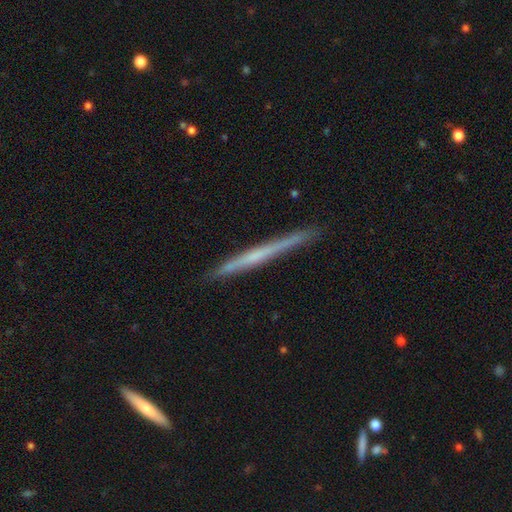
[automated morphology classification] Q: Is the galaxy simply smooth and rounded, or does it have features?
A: featured or disk — 57%.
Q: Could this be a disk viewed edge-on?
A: yes — 97%.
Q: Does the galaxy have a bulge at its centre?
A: none — 77%.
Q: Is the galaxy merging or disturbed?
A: none — 89%.